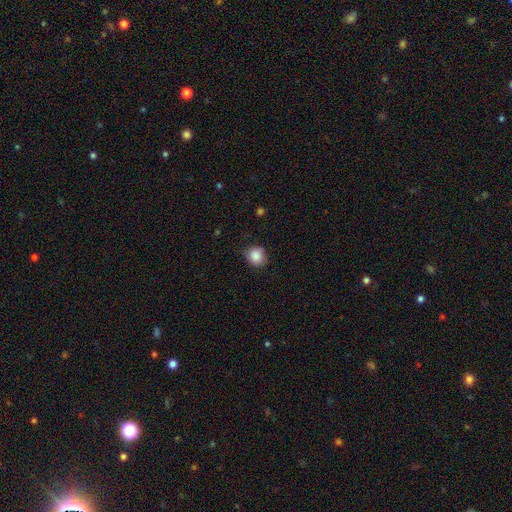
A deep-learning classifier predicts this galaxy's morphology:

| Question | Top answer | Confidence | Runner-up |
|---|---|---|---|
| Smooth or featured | smooth | 87% | star or artifact (9%) |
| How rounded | round | 83% | in between (16%) |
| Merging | none | 77% | minor disturbance (19%) |